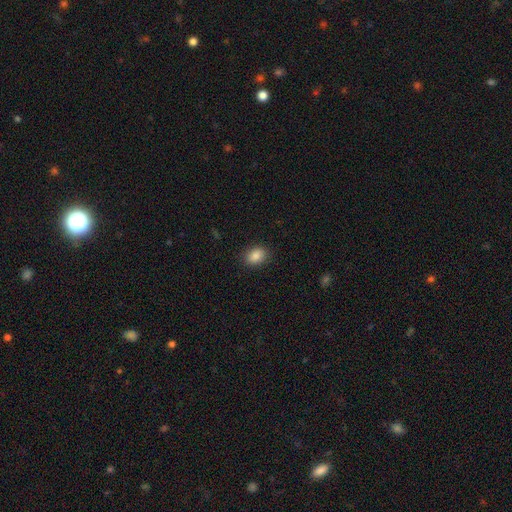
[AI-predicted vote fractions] Overall: smooth (87%). How rounded: in between (68%; round 31%). Merging: none (88%).